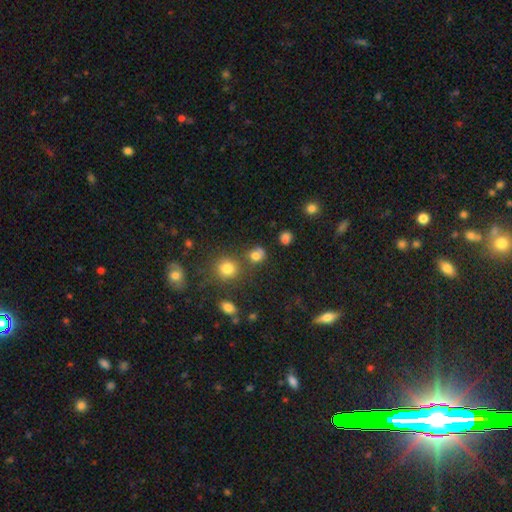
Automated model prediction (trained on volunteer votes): Morphology: type=smooth (75%); roundness=round (74%); merging=none (59%).